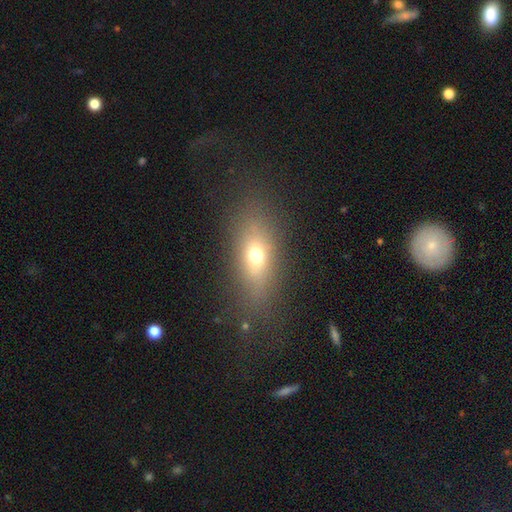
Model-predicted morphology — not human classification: Smooth or featured? Predicted: smooth (p=0.64). How rounded? Predicted: in between (p=0.70). Merging? Predicted: none (p=0.78).